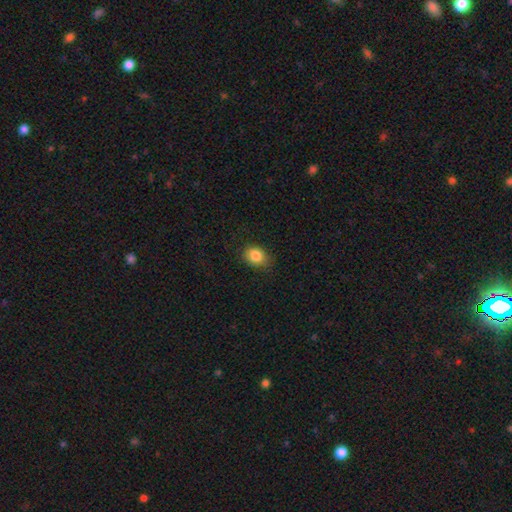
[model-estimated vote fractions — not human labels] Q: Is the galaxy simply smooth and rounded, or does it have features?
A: smooth — 85%.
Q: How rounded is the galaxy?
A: round — 52%.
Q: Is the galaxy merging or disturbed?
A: none — 79%.